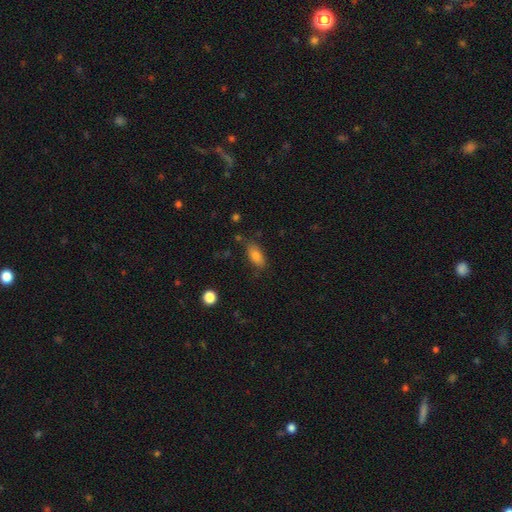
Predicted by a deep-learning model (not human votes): Smooth or featured? smooth (80%)
How rounded? in between (84%)
Merging? none (73%)